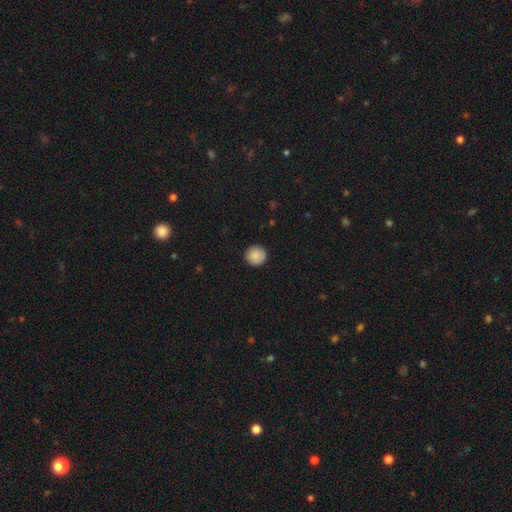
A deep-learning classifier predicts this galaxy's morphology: The model was most divided on "smooth or featured": smooth: 88%, star or artifact: 8%, featured or disk: 4%. More confident: how rounded — round (96%); merging — none (91%).